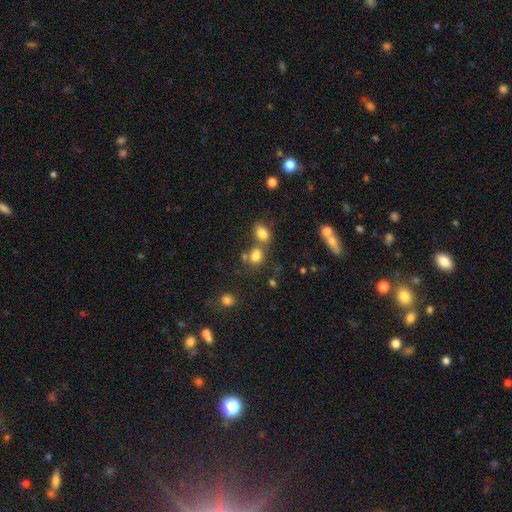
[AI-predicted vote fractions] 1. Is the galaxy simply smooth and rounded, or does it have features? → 78% smooth, 15% star or artifact, 8% featured or disk.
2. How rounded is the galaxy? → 53% round, 46% in between, 1% cigar-shaped.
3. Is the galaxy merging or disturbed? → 46% none, 38% merger, 11% minor disturbance, 5% major disturbance.